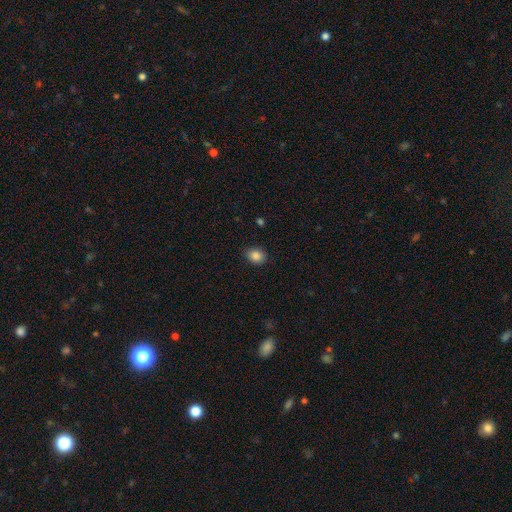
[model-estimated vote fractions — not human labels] smooth 86%, star or artifact 9%, featured or disk 4%. Down the decision tree: how rounded — in between (52%); merging — none (86%).